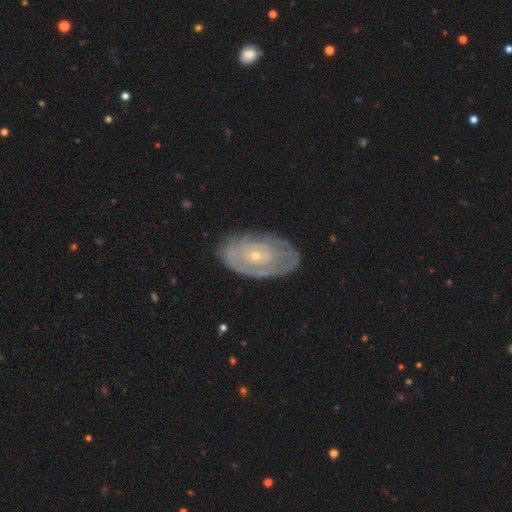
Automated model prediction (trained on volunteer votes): This appears to be a featured or disk galaxy (75%) with no bar (81%), spiral arms (71%) and a small central bulge (78%). Merging: none (72%).